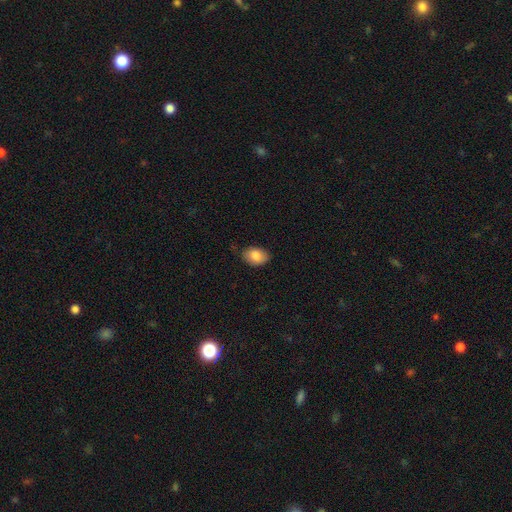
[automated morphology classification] Smooth or featured? Predicted: smooth (p=0.85). How rounded? Predicted: in between (p=0.81). Merging? Predicted: none (p=0.79).